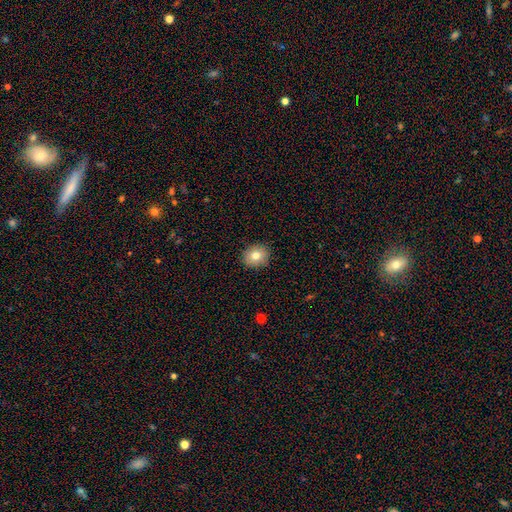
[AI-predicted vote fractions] Overall: smooth (79%). How rounded: round (72%). Merging: none (89%).